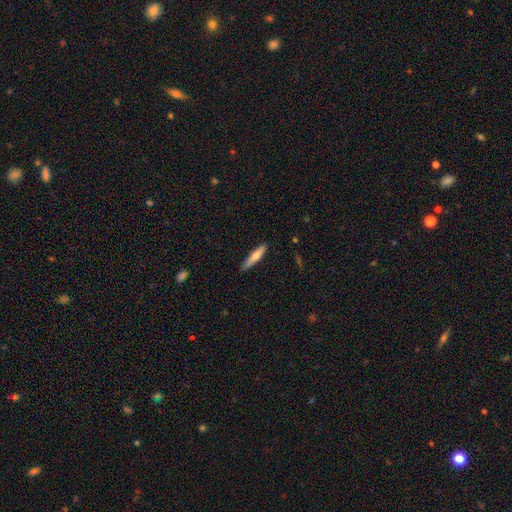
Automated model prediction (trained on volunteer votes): This is likely a smooth galaxy (62%). How rounded: clearly cigar-shaped (87%). Merging: clearly none (86%).